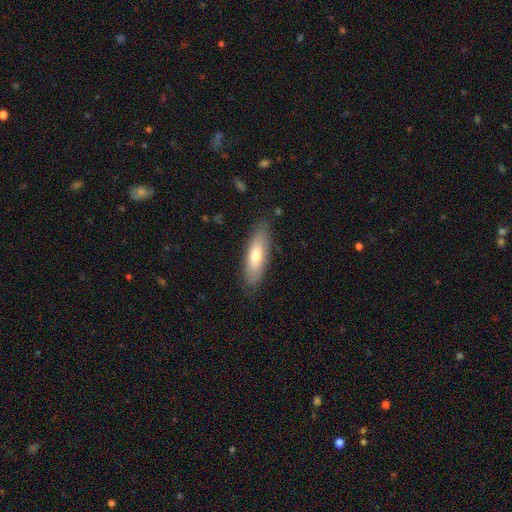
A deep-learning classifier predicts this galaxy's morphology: Q: Smooth or featured?
A: smooth (63%); runner-up: featured or disk (31%)
Q: How rounded?
A: in between (57%); runner-up: cigar-shaped (41%)
Q: Merging?
A: none (82%); runner-up: minor disturbance (14%)